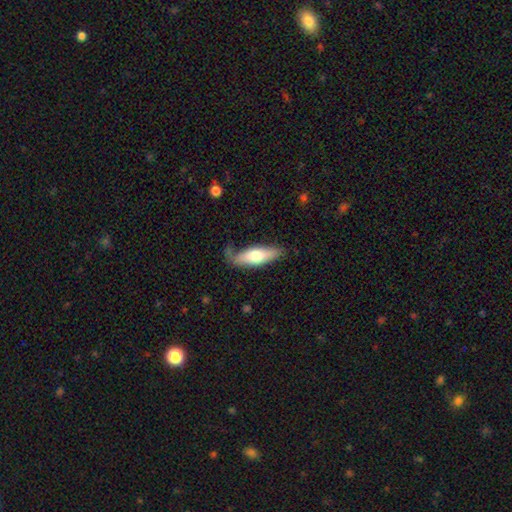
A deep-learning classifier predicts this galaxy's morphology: Smooth or featured: smooth — 63% (featured or disk — 32%)
How rounded: cigar-shaped — 49% (in between — 48%)
Merging: none — 67% (minor disturbance — 22%)